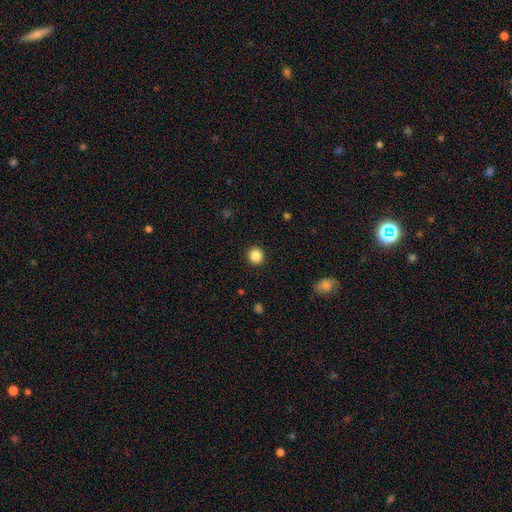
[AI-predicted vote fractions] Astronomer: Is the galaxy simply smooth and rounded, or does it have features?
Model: smooth — 87%.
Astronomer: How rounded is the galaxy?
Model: round — 92%.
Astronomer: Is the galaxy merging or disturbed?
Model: none — 93%.